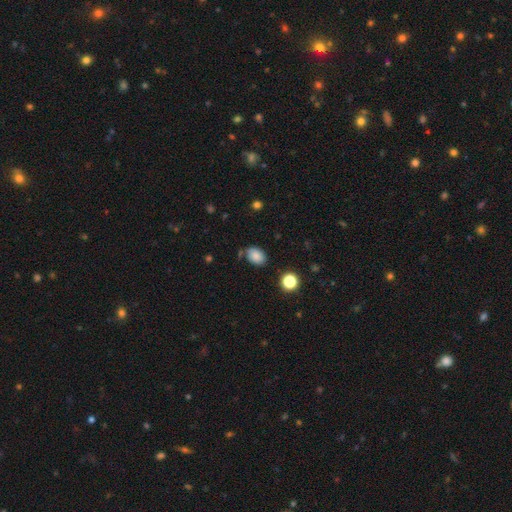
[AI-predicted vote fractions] smooth-or-featured: smooth: 82% | star or artifact: 11% | featured or disk: 7%
  how-rounded: in between: 77% | round: 22% | cigar-shaped: 1%
  merging: none: 71% | minor disturbance: 19% | merger: 5% | major disturbance: 5%